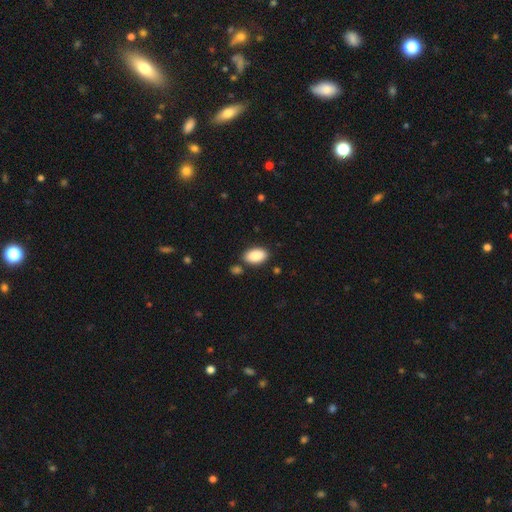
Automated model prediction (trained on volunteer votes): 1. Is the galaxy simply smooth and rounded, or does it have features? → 90% smooth, 6% star or artifact, 4% featured or disk.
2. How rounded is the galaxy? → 94% in between, 4% round, 2% cigar-shaped.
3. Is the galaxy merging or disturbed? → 81% none, 11% minor disturbance, 5% merger, 3% major disturbance.